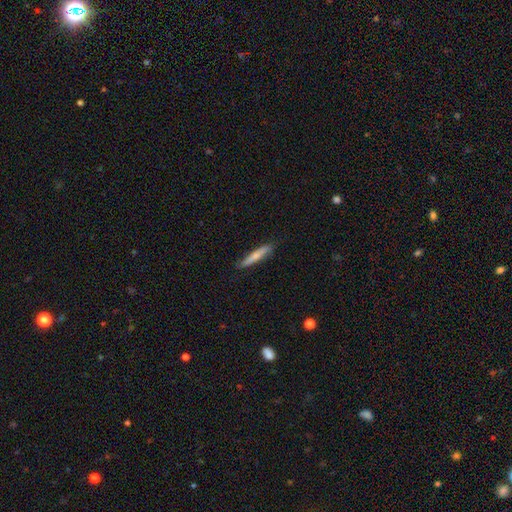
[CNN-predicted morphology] Smooth or featured: smooth — 68% (featured or disk — 27%)
How rounded: cigar-shaped — 92% (in between — 7%)
Merging: none — 83% (minor disturbance — 14%)